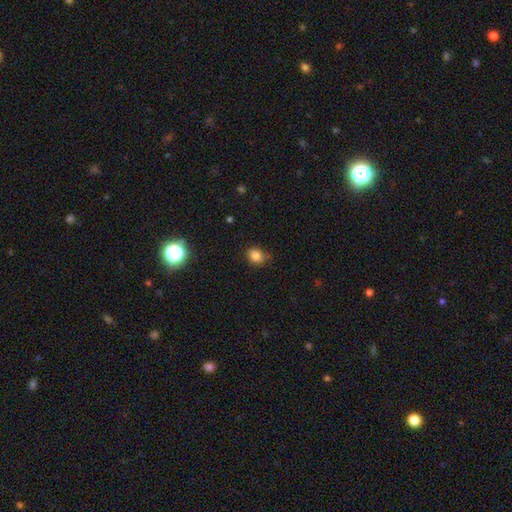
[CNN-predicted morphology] Smooth or featured: smooth — 83% (star or artifact — 12%)
How rounded: round — 55% (in between — 44%)
Merging: none — 75% (minor disturbance — 19%)